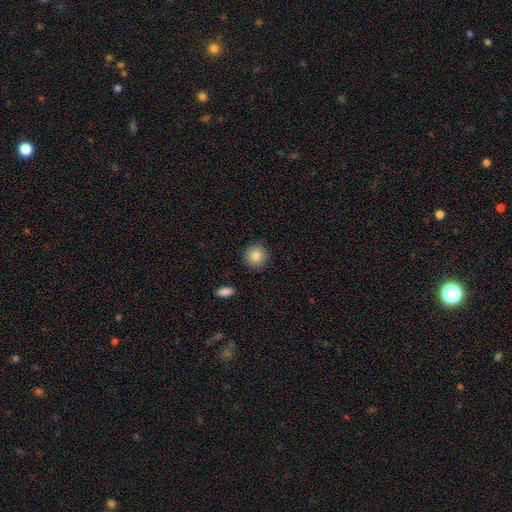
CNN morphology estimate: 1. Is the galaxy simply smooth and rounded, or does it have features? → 84% smooth, 8% star or artifact, 8% featured or disk.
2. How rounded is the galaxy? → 93% round, 6% in between, 1% cigar-shaped.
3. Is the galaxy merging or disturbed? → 90% none, 6% minor disturbance, 2% major disturbance, 1% merger.